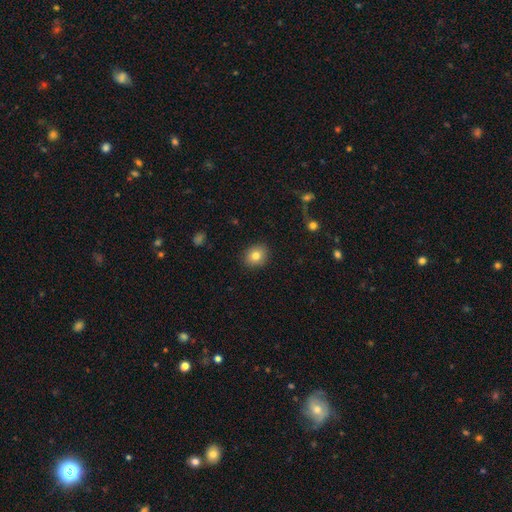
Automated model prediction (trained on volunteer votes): Smooth or featured: smooth — 81% (star or artifact — 10%)
How rounded: round — 67% (in between — 32%)
Merging: none — 89% (minor disturbance — 8%)